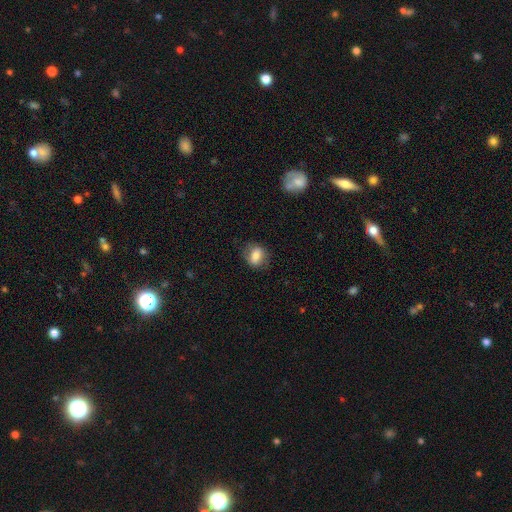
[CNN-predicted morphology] The model was most divided on "how rounded": in between: 62%, round: 37%, cigar-shaped: 2%. More confident: smooth or featured — smooth (78%); merging — none (75%).